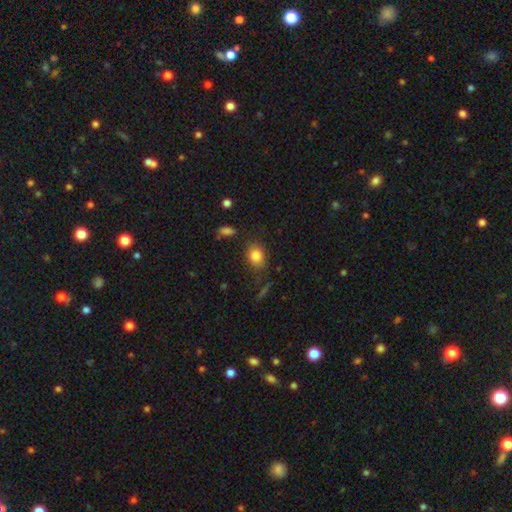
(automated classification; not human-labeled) Overall: smooth (83%). How rounded: in between (66%; round 33%). Merging: none (79%).